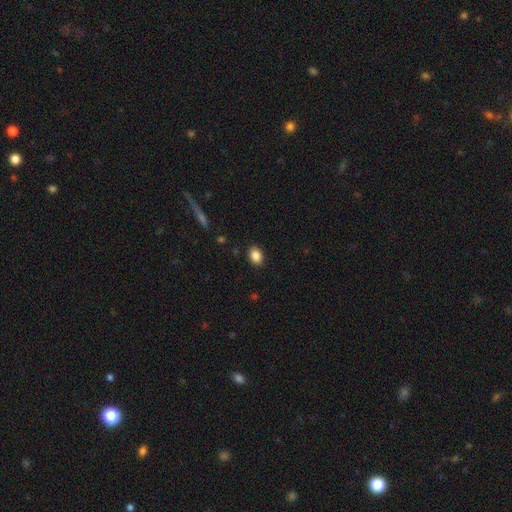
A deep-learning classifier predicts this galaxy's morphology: type=smooth (87%); roundness=in between (67%); merging=none (89%).